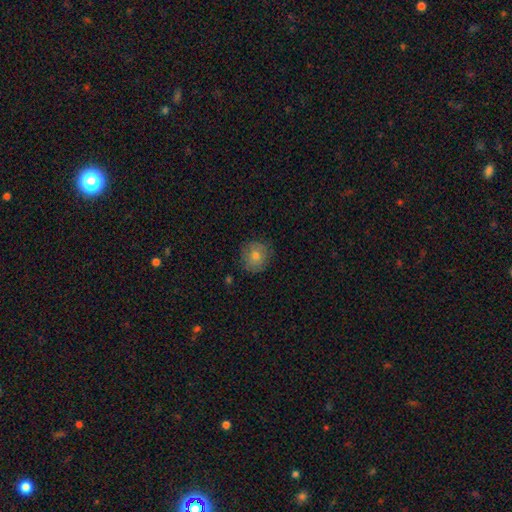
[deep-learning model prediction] A smooth galaxy with no disk features (71%) that is round (87%).

Vote fractions:
- Smooth or featured? smooth: 71% / featured or disk: 19% / star or artifact: 10%
- How rounded? round: 87% / in between: 12% / cigar-shaped: 1%
- Merging? none: 83% / minor disturbance: 13% / major disturbance: 3% / merger: 1%